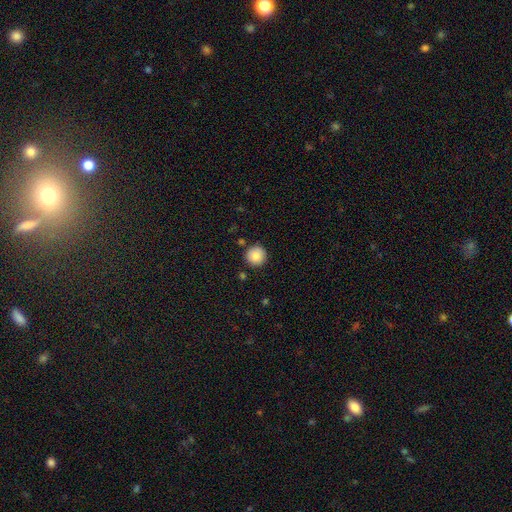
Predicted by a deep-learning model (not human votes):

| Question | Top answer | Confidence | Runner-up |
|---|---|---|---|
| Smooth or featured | smooth | 86% | star or artifact (8%) |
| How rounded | round | 96% | in between (3%) |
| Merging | none | 88% | minor disturbance (7%) |